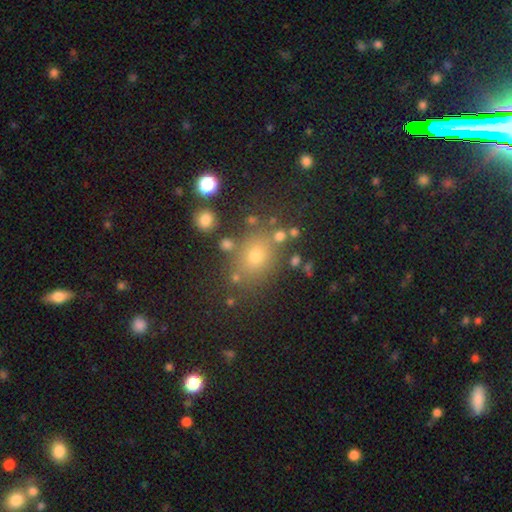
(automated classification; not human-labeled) The model was most divided on "how rounded": round: 55%, in between: 44%, cigar-shaped: 1%. More confident: merging — none (76%); smooth or featured — smooth (67%).